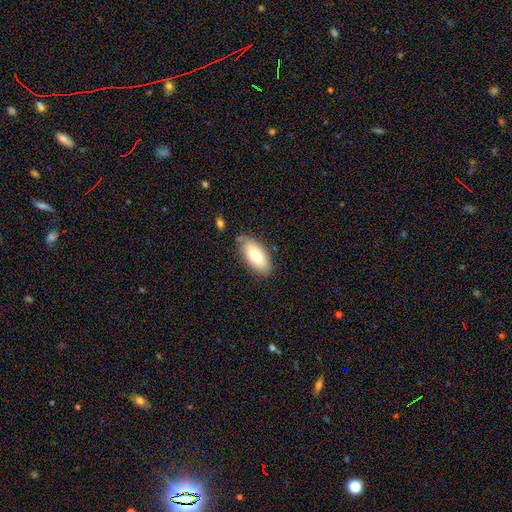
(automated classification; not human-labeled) Q: Smooth or featured?
A: smooth (73%); runner-up: featured or disk (21%)
Q: How rounded?
A: in between (91%); runner-up: cigar-shaped (6%)
Q: Merging?
A: none (76%); runner-up: minor disturbance (17%)